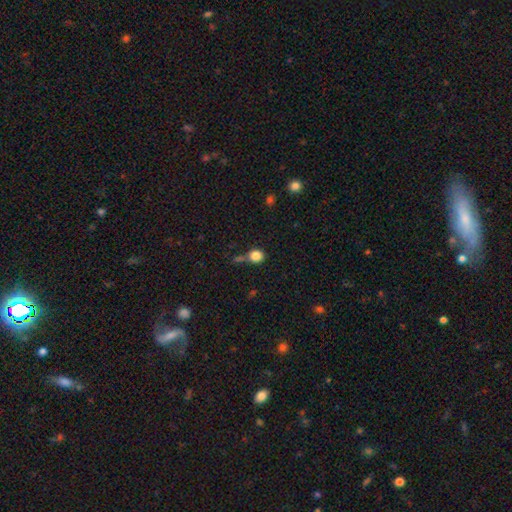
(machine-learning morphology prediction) smooth-or-featured: smooth: 84% | star or artifact: 10% | featured or disk: 5%
  how-rounded: round: 82% | in between: 17% | cigar-shaped: 1%
  merging: none: 60% | minor disturbance: 17% | merger: 17% | major disturbance: 7%